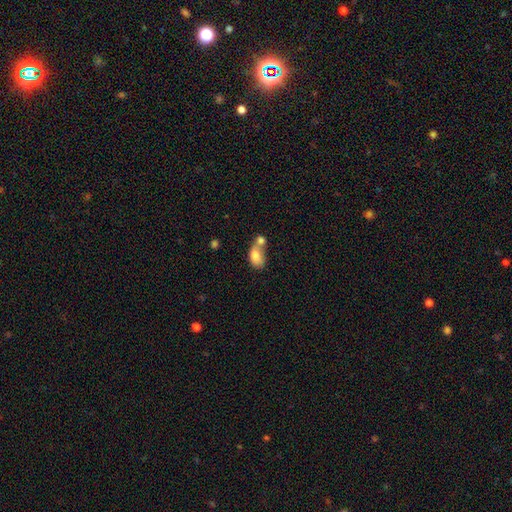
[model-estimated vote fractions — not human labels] smooth-or-featured: smooth: 79% | featured or disk: 13% | star or artifact: 8%
  how-rounded: in between: 85% | round: 13% | cigar-shaped: 2%
  merging: merger: 62% | none: 20% | minor disturbance: 11% | major disturbance: 8%